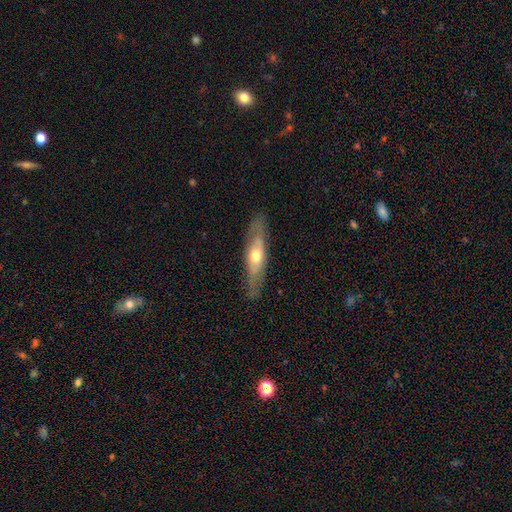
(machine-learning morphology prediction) A featured or disk galaxy (56%) viewed edge-on (53%). Merging: none (83%).